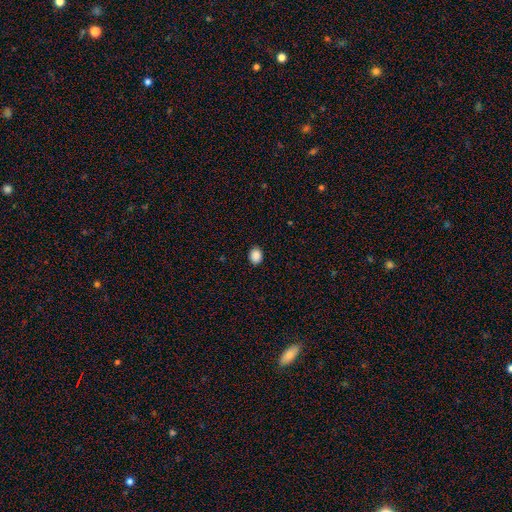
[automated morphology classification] The model was most divided on "how rounded": round: 51%, in between: 48%, cigar-shaped: 1%. More confident: merging — none (90%); smooth or featured — smooth (89%).